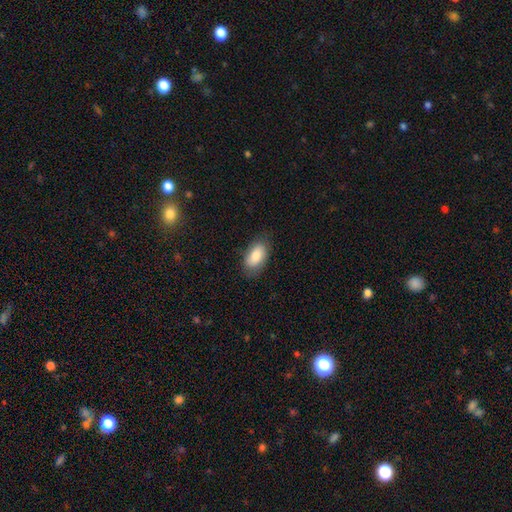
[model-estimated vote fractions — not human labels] Morphology: type=smooth (84%); roundness=in between (93%); merging=none (79%).